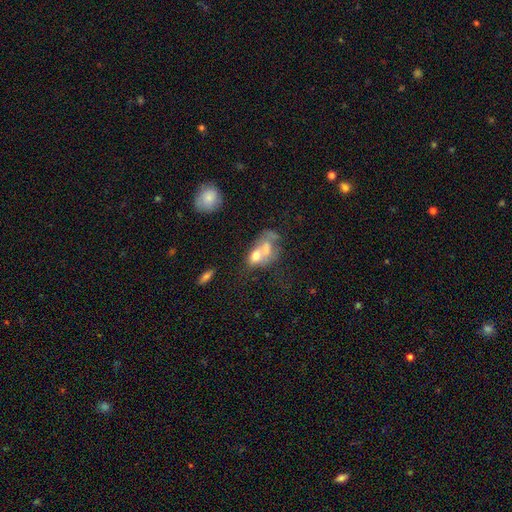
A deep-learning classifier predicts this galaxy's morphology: This is possibly a smooth galaxy (56%). How rounded: likely in between (73%). Merging: likely merger (66%).